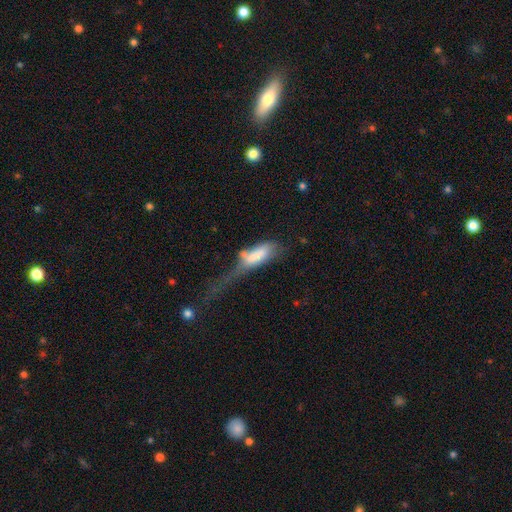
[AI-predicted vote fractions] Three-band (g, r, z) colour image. It shows a smooth galaxy with no disk features (71%) that is in between round and cigar-shaped (72%). Merging: major disturbance (52%).